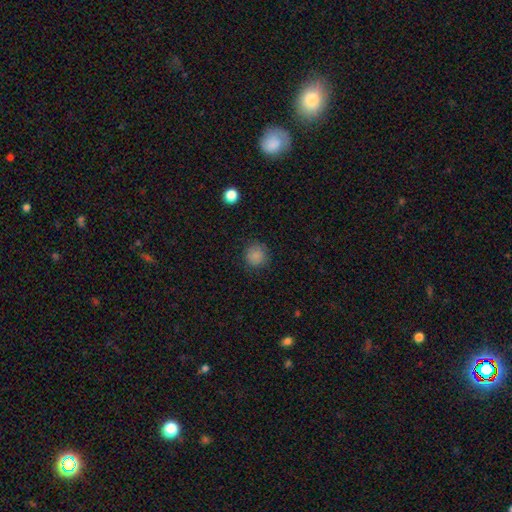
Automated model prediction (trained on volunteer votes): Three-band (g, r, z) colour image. It shows a smooth galaxy with no disk features (85%) that is round (92%). Merging: none (85%).